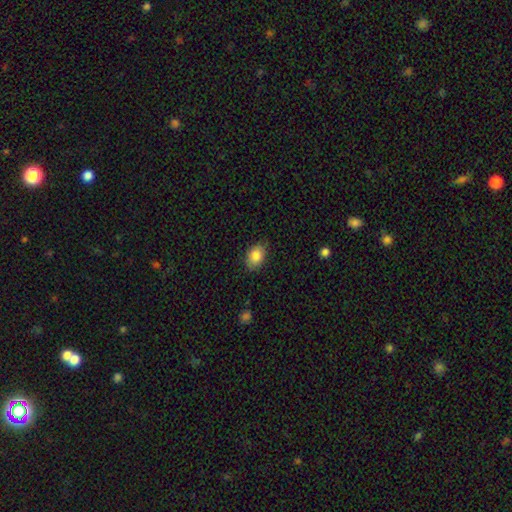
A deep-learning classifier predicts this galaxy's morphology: smooth 86%, star or artifact 8%, featured or disk 6%. Down the decision tree: how rounded — in between (76%); merging — none (82%).